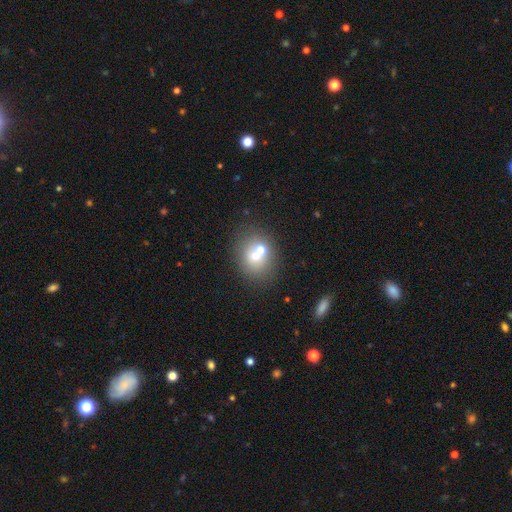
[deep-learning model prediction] The model was most divided on "merging": none: 48%, merger: 40%, minor disturbance: 8%, major disturbance: 4%. More confident: how rounded — round (71%); smooth or featured — smooth (63%).